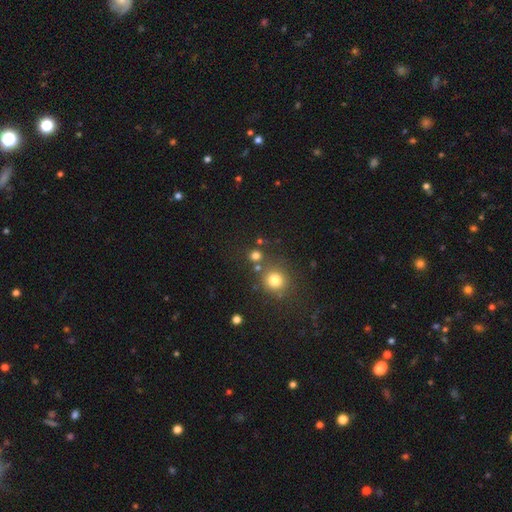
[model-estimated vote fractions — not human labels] Morphology: type=smooth (74%); roundness=round (89%); merging=none (73%).